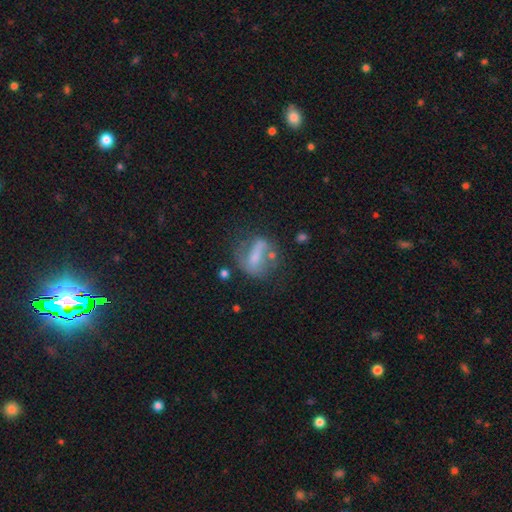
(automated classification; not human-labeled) Smooth or featured? Predicted: featured or disk (p=0.50). Merging? Predicted: none (p=0.42).